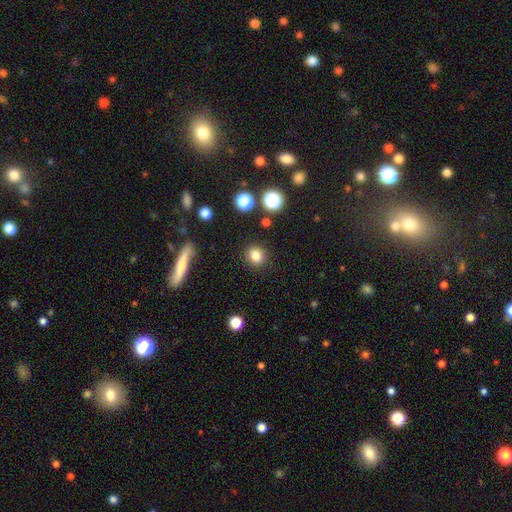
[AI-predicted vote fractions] Overall: smooth (82%). How rounded: round (88%). Merging: none (89%).